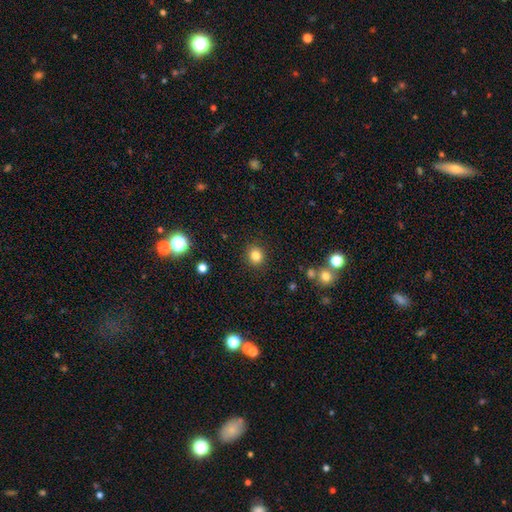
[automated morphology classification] Overall: smooth (83%). How rounded: round (83%). Merging: none (90%).